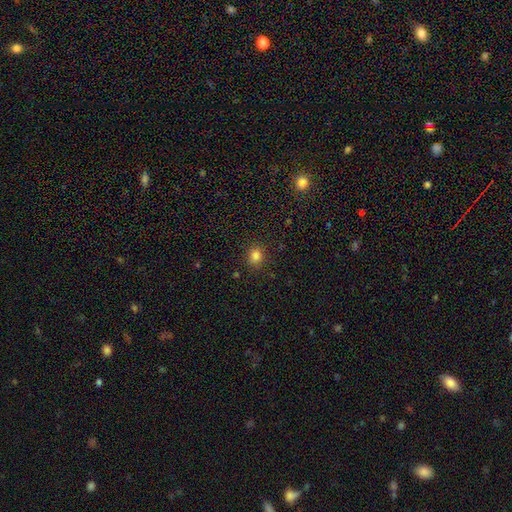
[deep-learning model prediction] A smooth galaxy with no disk features (82%) that is round (68%). Merging: none (87%).